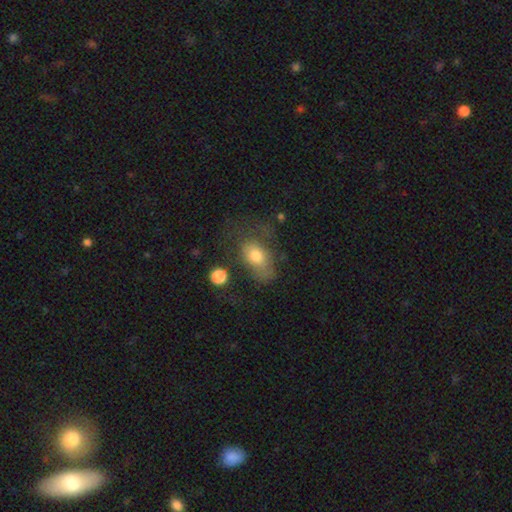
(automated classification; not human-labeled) Smooth or featured? Predicted: smooth (p=0.70). How rounded? Predicted: in between (p=0.83). Merging? Predicted: none (p=0.40).